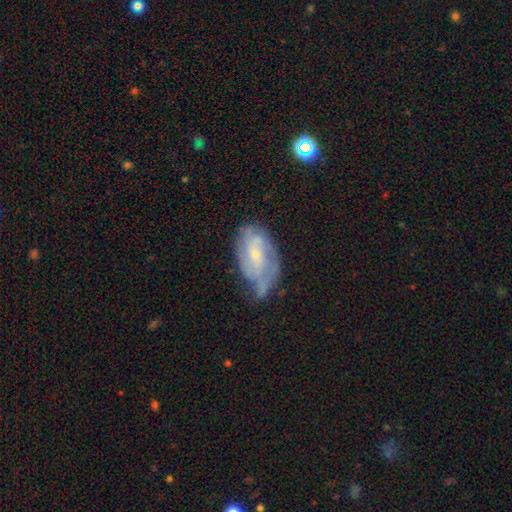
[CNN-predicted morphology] The model was most divided on "spiral arm count": can't tell: 40%, 2: 34%, 3: 13%, 1: 5%, 4: 4%, more than 4: 3%. Remaining: edge-on disk — no (95%); spiral arms — yes (82%); smooth or featured — featured or disk (68%); bulge size — small (65%); bar — no (52%); merging — none (45%); spiral winding — tight (45%).